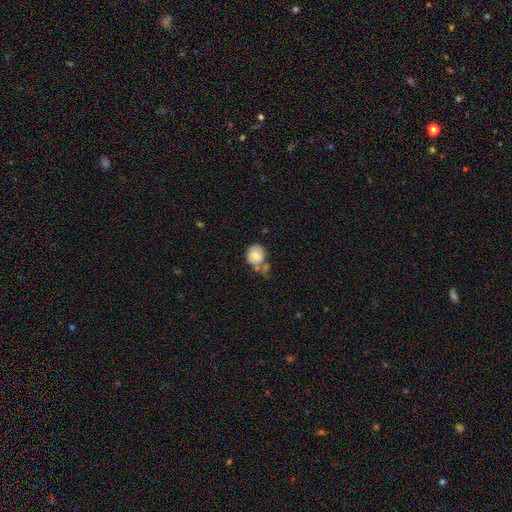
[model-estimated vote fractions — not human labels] smooth 72%, featured or disk 20%, star or artifact 8%. Down the decision tree: how rounded — round (66%); merging — none (39%).